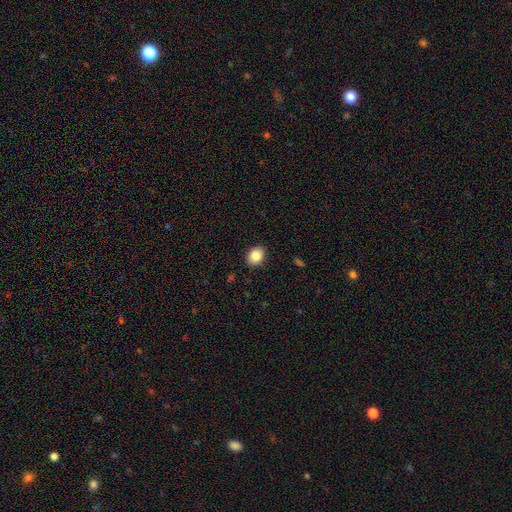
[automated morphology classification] The model was most divided on "how rounded": in between: 56%, round: 43%, cigar-shaped: 1%. More confident: merging — none (90%); smooth or featured — smooth (86%).